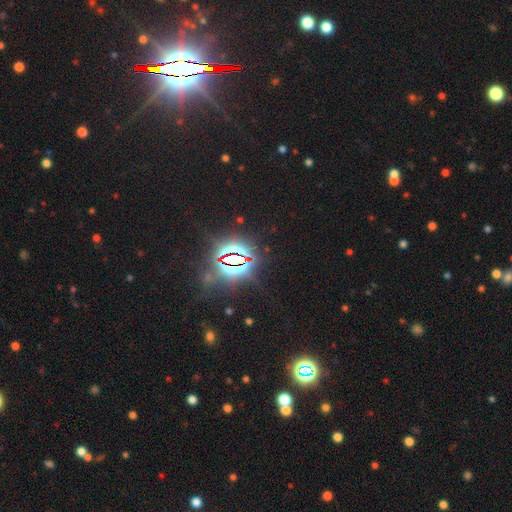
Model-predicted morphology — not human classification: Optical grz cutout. It shows a star or artifact, not a galaxy (86%).